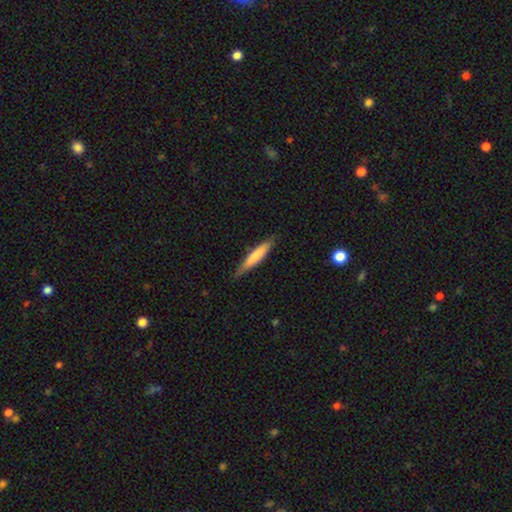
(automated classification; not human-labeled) Smooth or featured? Predicted: smooth (p=0.70). How rounded? Predicted: cigar-shaped (p=0.90). Merging? Predicted: none (p=0.81).